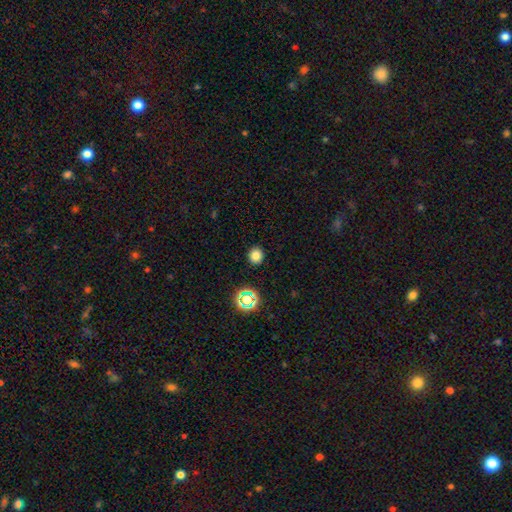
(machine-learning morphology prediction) Smooth or featured? Predicted: smooth (p=0.78). How rounded? Predicted: round (p=0.86). Merging? Predicted: none (p=0.91).